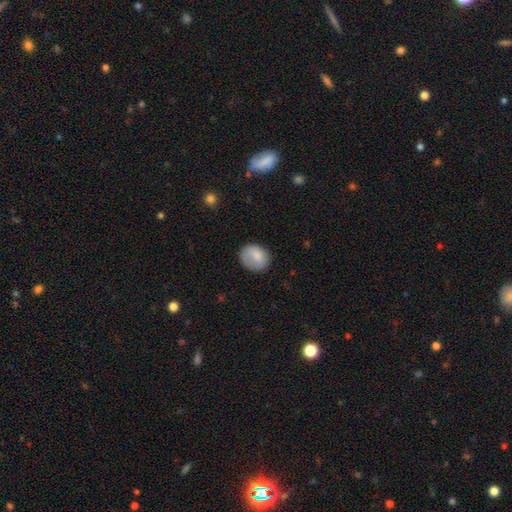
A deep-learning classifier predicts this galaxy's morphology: This is clearly a smooth galaxy (81%). How rounded: likely round (61%). Merging: likely none (68%).